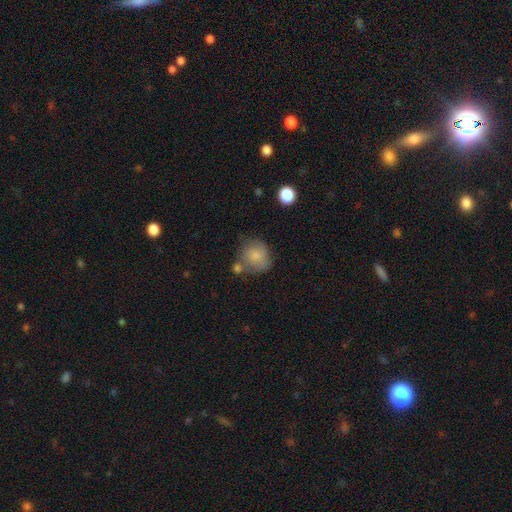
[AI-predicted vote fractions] Smooth or featured? Predicted: smooth (p=0.78). How rounded? Predicted: round (p=0.78). Merging? Predicted: none (p=0.47).